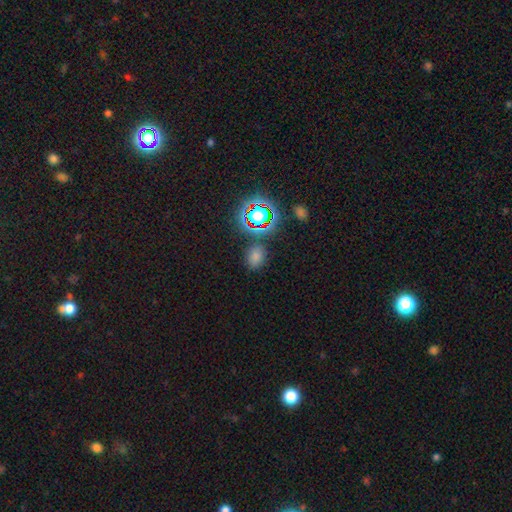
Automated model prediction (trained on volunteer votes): smooth-or-featured: smooth: 64% | star or artifact: 29% | featured or disk: 7%
  how-rounded: in between: 64% | round: 35% | cigar-shaped: 2%
  merging: none: 78% | minor disturbance: 13% | merger: 5% | major disturbance: 4%